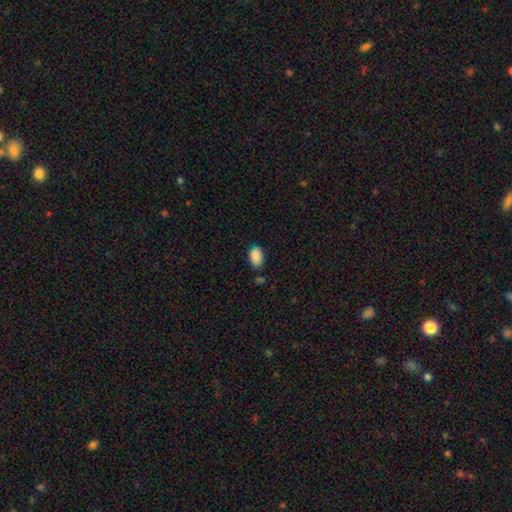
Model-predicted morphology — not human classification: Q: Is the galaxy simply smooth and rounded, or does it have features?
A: smooth — 88%.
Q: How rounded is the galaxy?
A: in between — 85%.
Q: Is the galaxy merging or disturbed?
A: none — 72%.